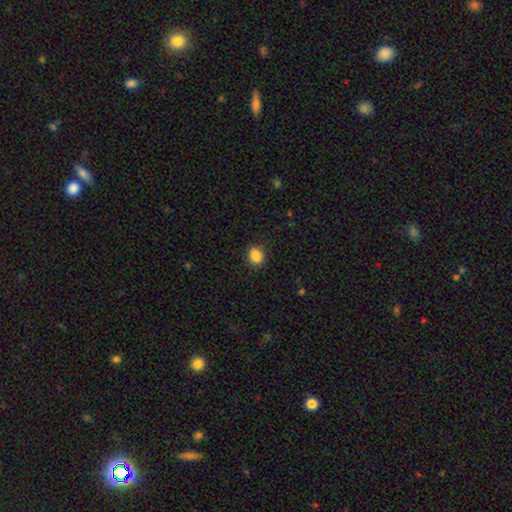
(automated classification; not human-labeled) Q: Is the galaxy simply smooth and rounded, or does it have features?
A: smooth — 87%.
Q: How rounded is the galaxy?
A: round — 51%.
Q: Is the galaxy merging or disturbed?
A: none — 88%.